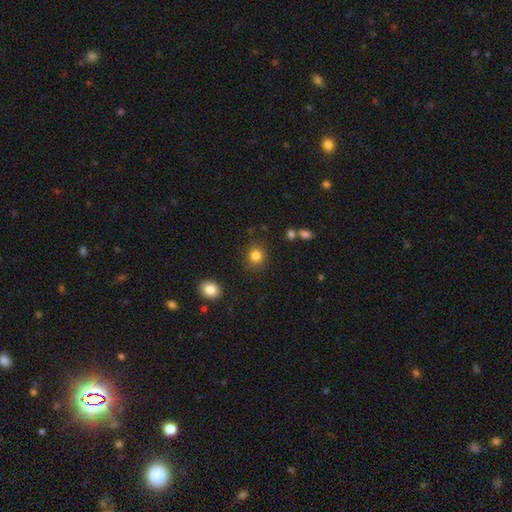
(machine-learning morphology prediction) Q: Smooth or featured?
A: smooth (84%); runner-up: star or artifact (11%)
Q: How rounded?
A: round (85%); runner-up: in between (14%)
Q: Merging?
A: none (87%); runner-up: minor disturbance (8%)